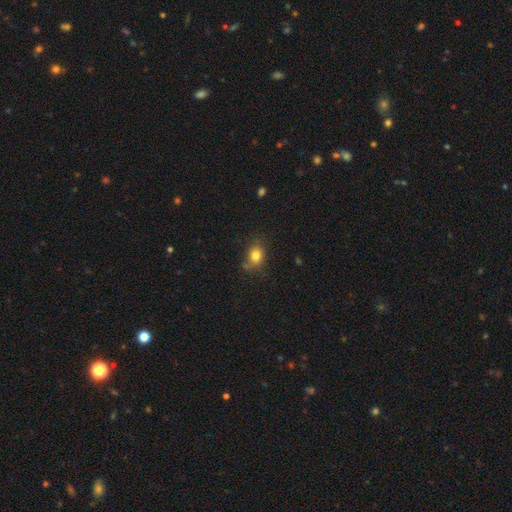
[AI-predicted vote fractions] Smooth or featured: smooth — 81% (star or artifact — 11%)
How rounded: in between — 54% (round — 45%)
Merging: none — 68% (minor disturbance — 22%)